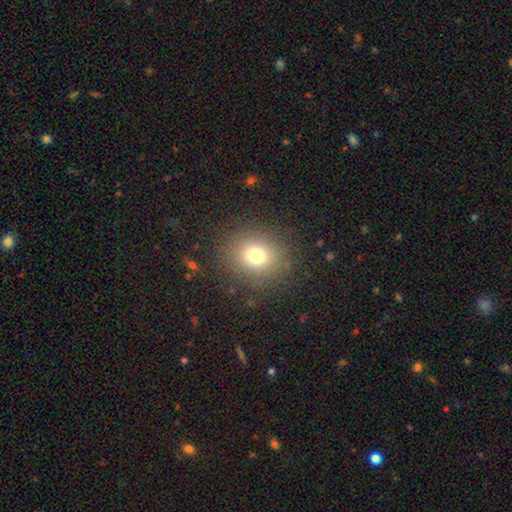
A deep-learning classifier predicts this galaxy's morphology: A smooth galaxy with no disk features (73%) that is round (76%).

Vote fractions:
- Smooth or featured? smooth: 73% / star or artifact: 16% / featured or disk: 11%
- How rounded? round: 76% / in between: 23% / cigar-shaped: 1%
- Merging? none: 86% / minor disturbance: 8% / major disturbance: 5% / merger: 1%